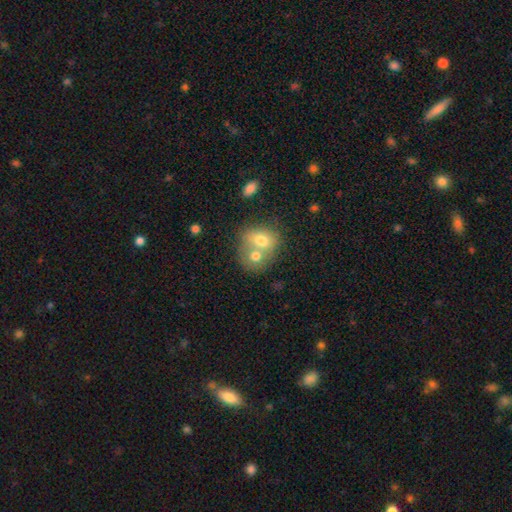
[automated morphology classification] smooth_or_featured: smooth (p=0.68) [alt: featured or disk p=0.23]
how_rounded: round (p=0.61) [alt: in between p=0.38]
merging: merger (p=0.69) [alt: none p=0.22]